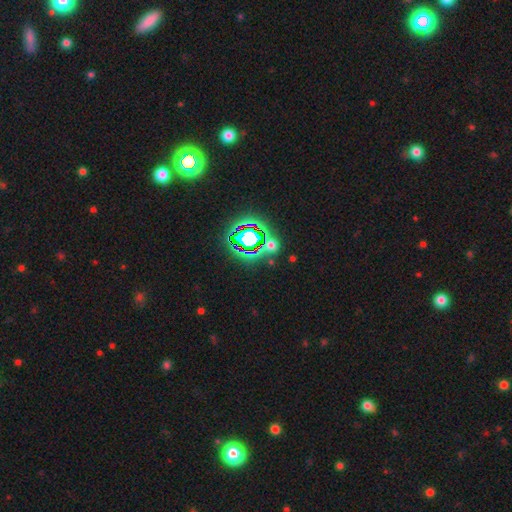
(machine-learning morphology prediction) Overall: star or artifact (81%).